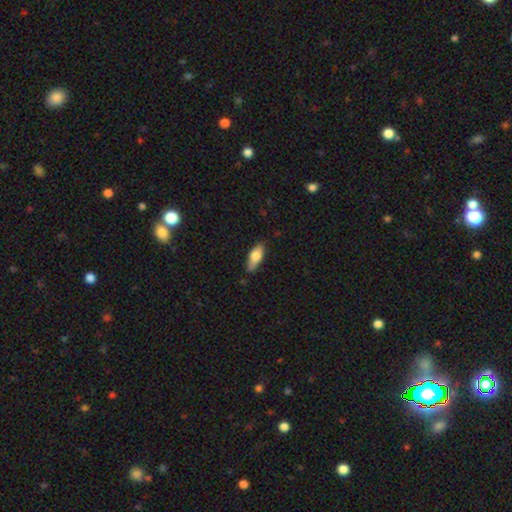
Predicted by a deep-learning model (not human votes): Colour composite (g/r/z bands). It shows a smooth galaxy with no disk features (72%) that is in between round and cigar-shaped (67%). Merging: none (80%).